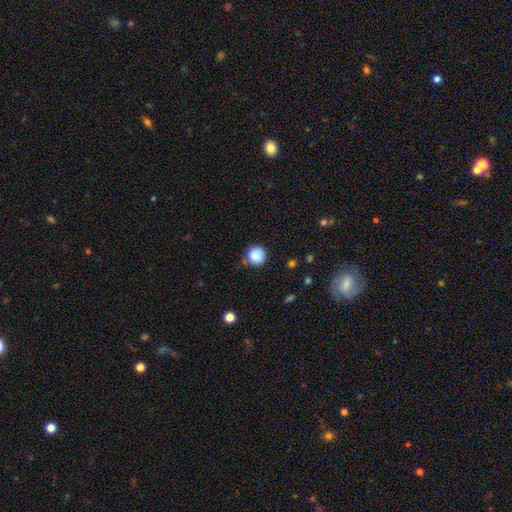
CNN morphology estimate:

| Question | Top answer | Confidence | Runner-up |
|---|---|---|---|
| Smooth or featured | smooth | 86% | star or artifact (9%) |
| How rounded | round | 92% | in between (7%) |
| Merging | none | 72% | minor disturbance (21%) |